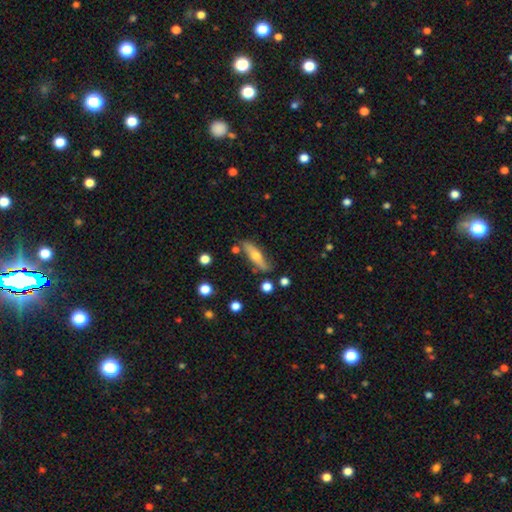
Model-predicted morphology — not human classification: Smooth or featured? smooth (49%)
Merging? none (75%)